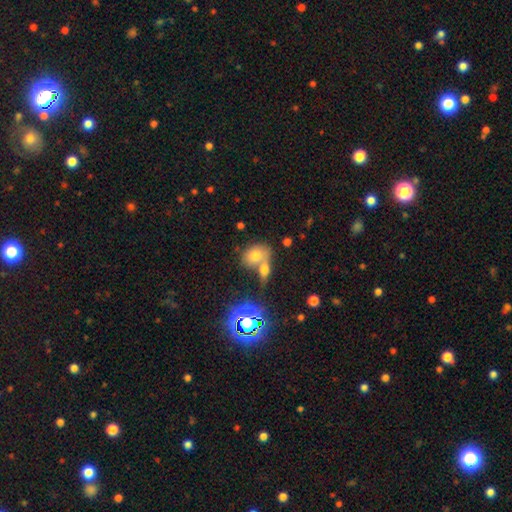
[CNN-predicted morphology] Smooth or featured?
  - smooth: 69% *
  - star or artifact: 16%
  - featured or disk: 15%
How rounded?
  - in between: 63% *
  - round: 34%
  - cigar-shaped: 2%
Merging?
  - merger: 47% *
  - none: 39%
  - minor disturbance: 9%
  - major disturbance: 4%